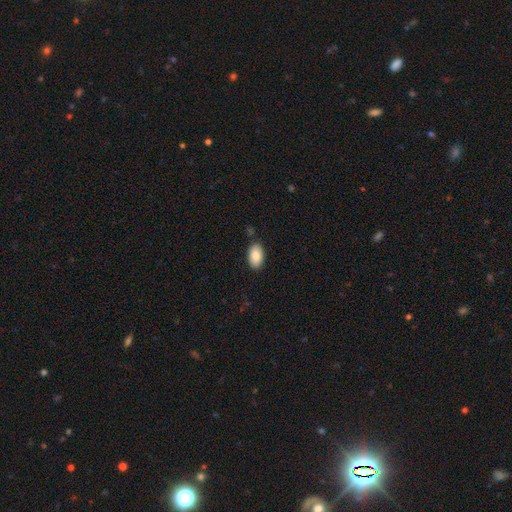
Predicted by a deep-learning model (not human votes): Q: Smooth or featured?
A: smooth (85%); runner-up: featured or disk (8%)
Q: How rounded?
A: in between (94%); runner-up: round (5%)
Q: Merging?
A: none (86%); runner-up: minor disturbance (10%)